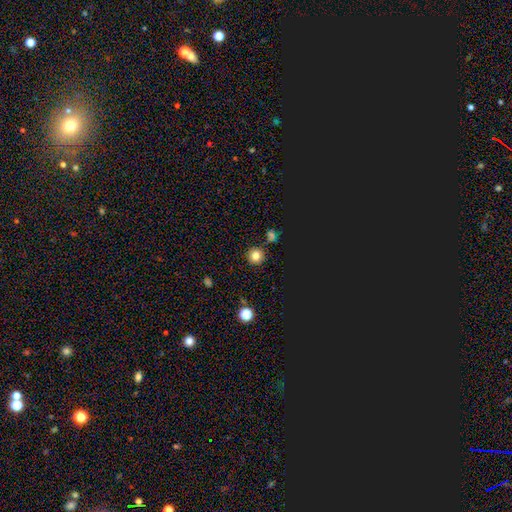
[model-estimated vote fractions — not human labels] A smooth galaxy with no disk features (77%) that is round (94%). Merging: none (87%).